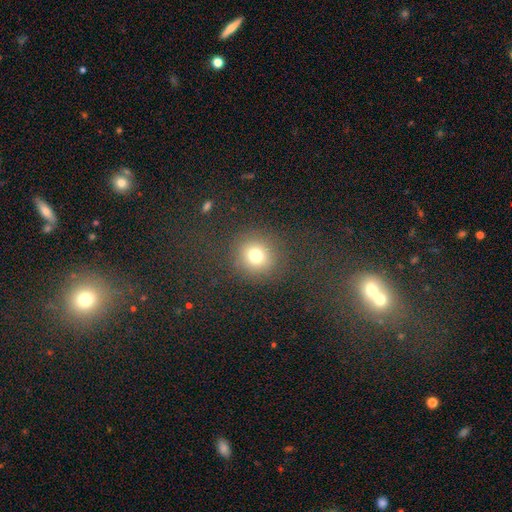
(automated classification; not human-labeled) smooth 75%, star or artifact 16%, featured or disk 10%. Down the decision tree: how rounded — round (89%); merging — none (83%).